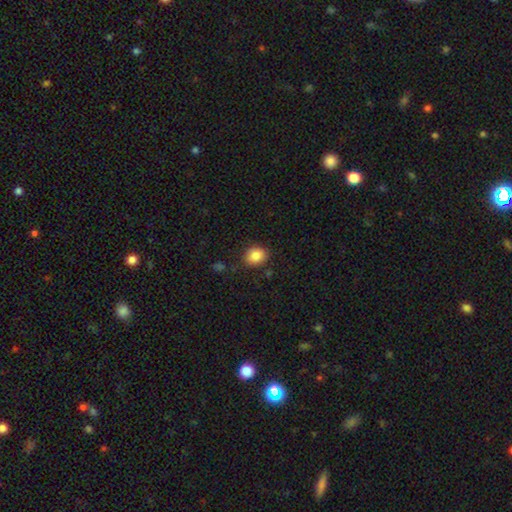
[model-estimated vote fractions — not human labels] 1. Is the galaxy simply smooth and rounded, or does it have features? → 85% smooth, 9% star or artifact, 6% featured or disk.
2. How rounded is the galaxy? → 61% round, 38% in between, 1% cigar-shaped.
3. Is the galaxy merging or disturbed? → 84% none, 12% minor disturbance, 3% major disturbance, 2% merger.